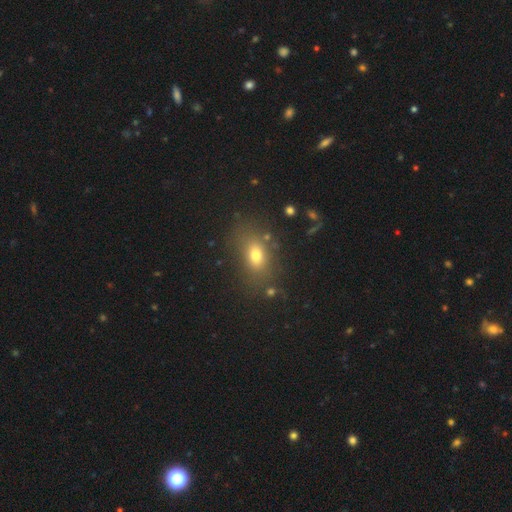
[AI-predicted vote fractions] Smooth or featured: smooth — 72% (star or artifact — 15%)
How rounded: in between — 77% (round — 20%)
Merging: none — 77% (minor disturbance — 13%)